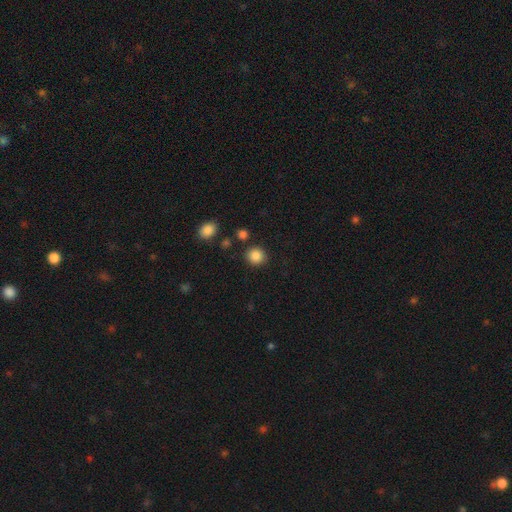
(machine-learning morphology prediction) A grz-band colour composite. It shows a smooth galaxy with no disk features (87%) that is round (85%). Merging: none (86%).